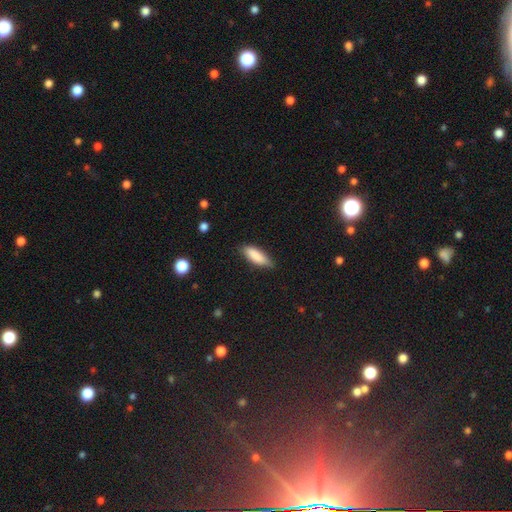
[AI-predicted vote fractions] Morphology: type=smooth (86%); roundness=in between (61%); merging=none (79%).